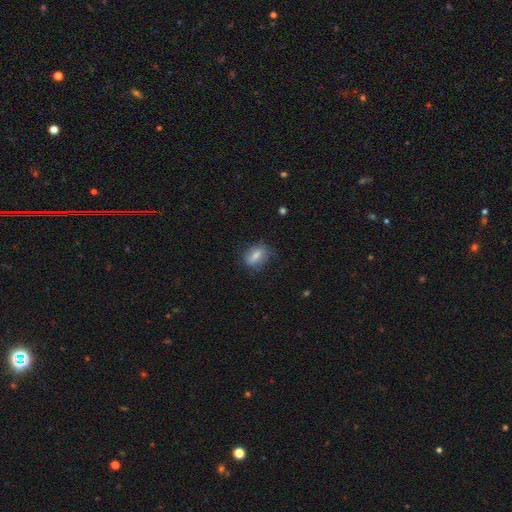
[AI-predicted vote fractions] smooth 67%, featured or disk 25%, star or artifact 8%. Down the decision tree: how rounded — in between (75%); merging — none (68%).